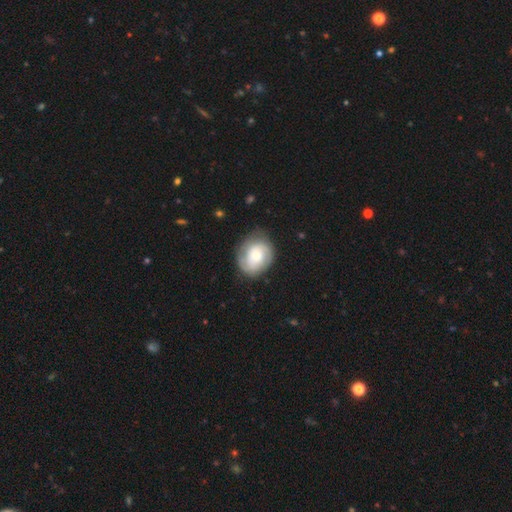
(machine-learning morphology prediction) This appears to be a featured or disk galaxy (56%) with no bar (65%), spiral arms (85%) and a moderate central bulge (47%). Merging: none (71%).